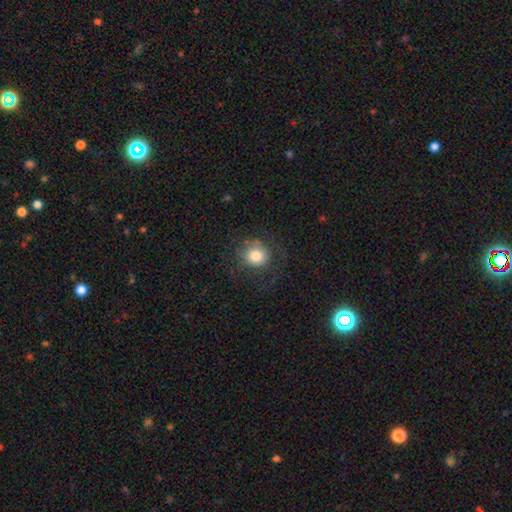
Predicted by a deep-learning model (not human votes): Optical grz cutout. It shows a smooth galaxy with no disk features (78%) that is round (89%). Merging: none (72%).